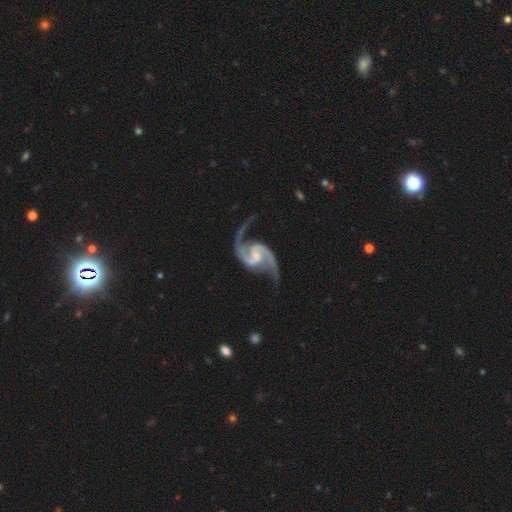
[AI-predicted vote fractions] Smooth or featured: featured or disk — 94% (star or artifact — 3%)
Edge-on disk: no — 98% (yes — 2%)
Bar: weak — 49% (no — 35%)
Spiral arms: yes — 99% (no — 1%)
Spiral winding: medium — 46% (tied with loose — 46%)
Spiral arm count: 2 — 95% (can't tell — 1%)
Bulge size: small — 47% (moderate — 28%)
Merging: none — 69% (minor disturbance — 16%)